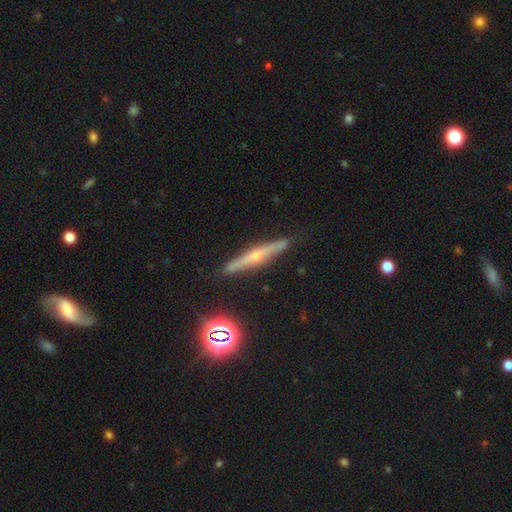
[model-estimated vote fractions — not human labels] A featured or disk galaxy (70%) viewed edge-on (96%) with a rounded central bulge (79%).

Vote fractions:
- Smooth or featured? featured or disk: 70% / smooth: 19% / star or artifact: 11%
- Edge-on disk? yes: 96% / no: 4%
- Edge-on bulge? rounded: 79% / none: 16% / boxy: 5%
- Merging? none: 87% / minor disturbance: 9% / major disturbance: 2% / merger: 2%